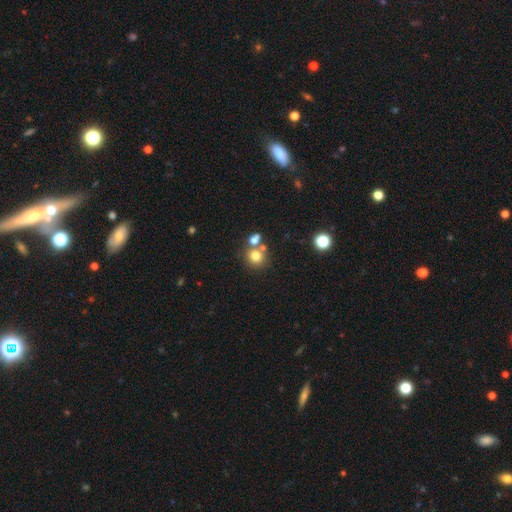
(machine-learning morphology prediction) Smooth or featured?
  - smooth: 76% *
  - star or artifact: 14%
  - featured or disk: 10%
How rounded?
  - round: 85% *
  - in between: 14%
  - cigar-shaped: 1%
Merging?
  - none: 59% *
  - merger: 28%
  - minor disturbance: 9%
  - major disturbance: 4%